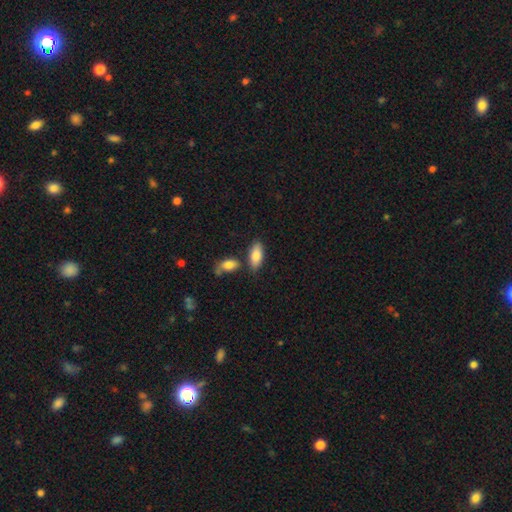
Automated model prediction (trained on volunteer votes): smooth_or_featured: smooth (p=0.83) [alt: featured or disk p=0.11]
how_rounded: in between (p=0.87) [alt: cigar-shaped p=0.11]
merging: none (p=0.71) [alt: merger p=0.13]